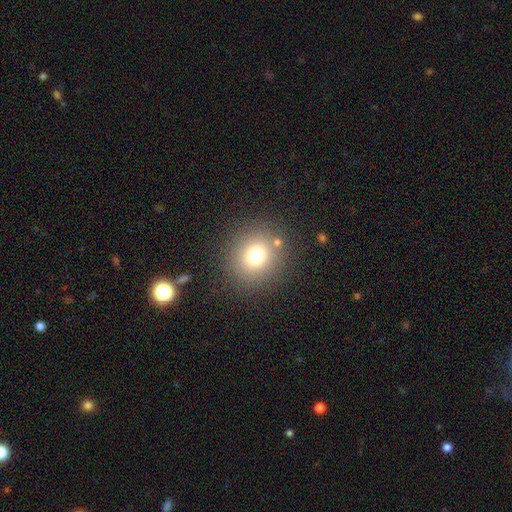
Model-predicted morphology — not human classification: type=smooth (72%); roundness=round (87%); merging=none (84%).